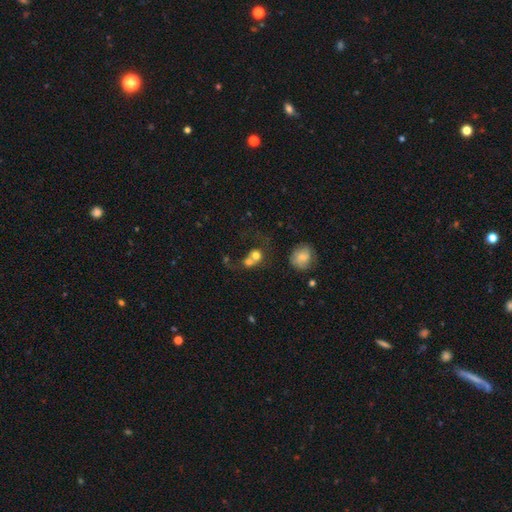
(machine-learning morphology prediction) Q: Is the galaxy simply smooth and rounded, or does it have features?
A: smooth — 68%.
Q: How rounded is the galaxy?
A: round — 77%.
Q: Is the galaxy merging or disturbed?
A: merger — 58%.